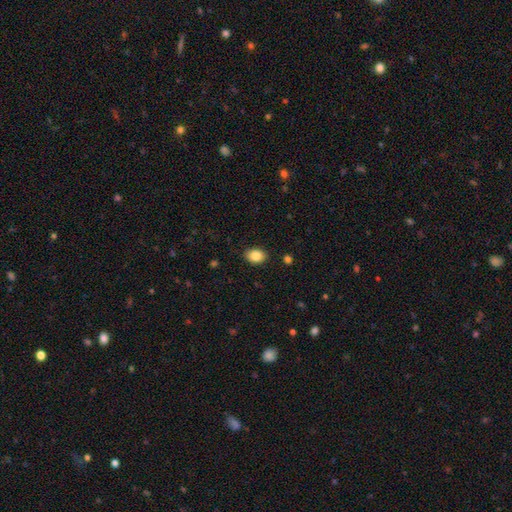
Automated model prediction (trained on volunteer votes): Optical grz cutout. It shows a smooth galaxy with no disk features (86%) that is in between round and cigar-shaped (68%). Merging: none (87%).